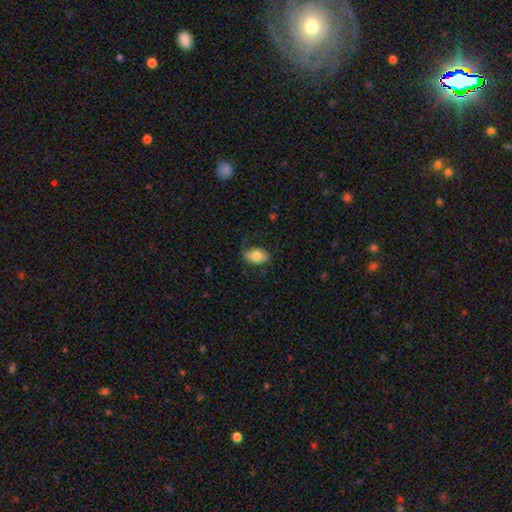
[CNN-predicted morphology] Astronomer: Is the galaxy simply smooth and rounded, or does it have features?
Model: smooth — 72%.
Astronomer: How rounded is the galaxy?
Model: in between — 89%.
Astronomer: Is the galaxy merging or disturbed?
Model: none — 69%.